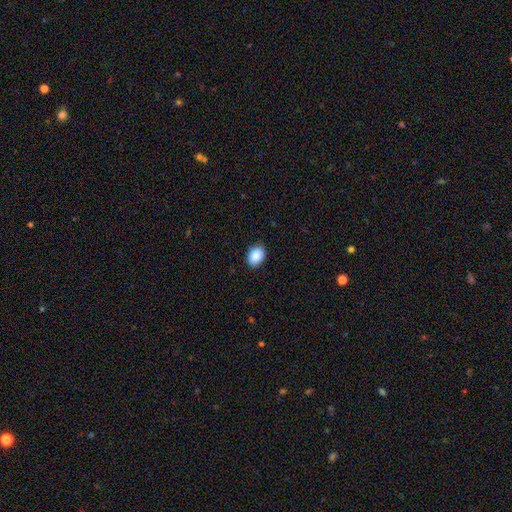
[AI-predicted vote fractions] Smooth or featured?
  - smooth: 89% *
  - star or artifact: 7%
  - featured or disk: 4%
How rounded?
  - in between: 75% *
  - round: 24%
  - cigar-shaped: 1%
Merging?
  - none: 87% *
  - minor disturbance: 10%
  - major disturbance: 2%
  - merger: 1%